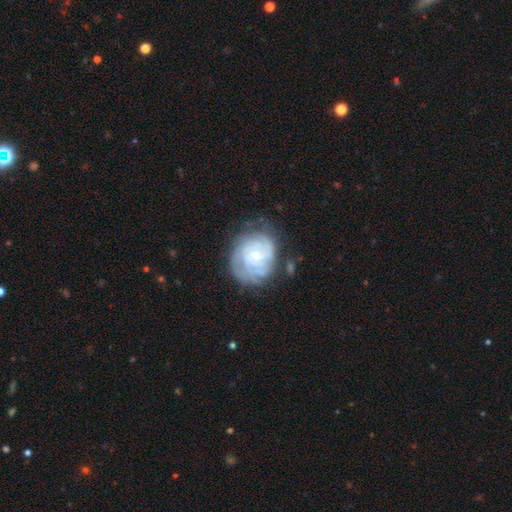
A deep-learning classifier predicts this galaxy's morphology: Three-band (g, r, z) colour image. It shows a featured or disk galaxy (75%) with no bar (73%), tight (69%) spiral arms (89%) and a small central bulge (75%). Merging: none (61%).